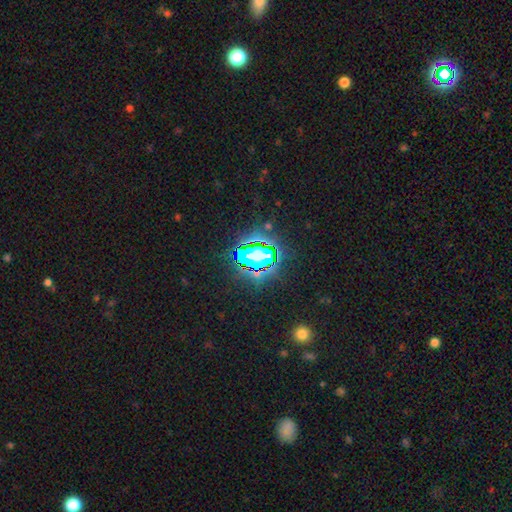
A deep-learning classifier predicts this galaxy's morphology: The model was most divided on "smooth or featured": star or artifact: 64%, smooth: 23%, featured or disk: 13%.